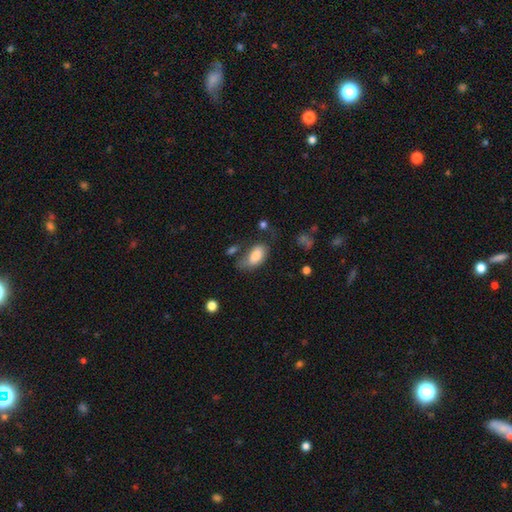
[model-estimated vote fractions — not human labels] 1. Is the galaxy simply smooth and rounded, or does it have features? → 80% smooth, 13% featured or disk, 7% star or artifact.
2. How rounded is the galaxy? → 93% in between, 4% round, 3% cigar-shaped.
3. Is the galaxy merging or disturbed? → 44% none, 30% minor disturbance, 18% major disturbance, 8% merger.